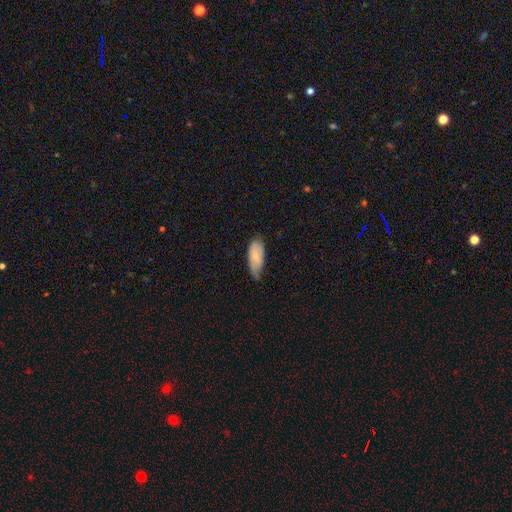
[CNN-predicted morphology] Q: Smooth or featured?
A: smooth (71%); runner-up: featured or disk (23%)
Q: How rounded?
A: in between (83%); runner-up: cigar-shaped (15%)
Q: Merging?
A: none (45%); runner-up: minor disturbance (44%)